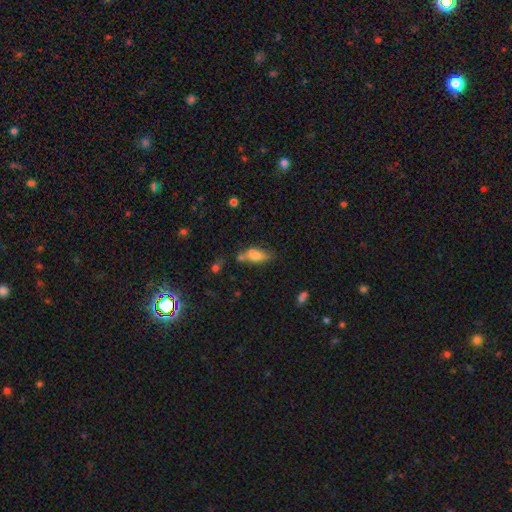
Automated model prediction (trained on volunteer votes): A smooth galaxy with no disk features (72%) that is in between round and cigar-shaped (75%).

Vote fractions:
- Smooth or featured? smooth: 72% / featured or disk: 17% / star or artifact: 11%
- How rounded? in between: 75% / cigar-shaped: 21% / round: 4%
- Merging? none: 45% / merger: 24% / minor disturbance: 22% / major disturbance: 9%